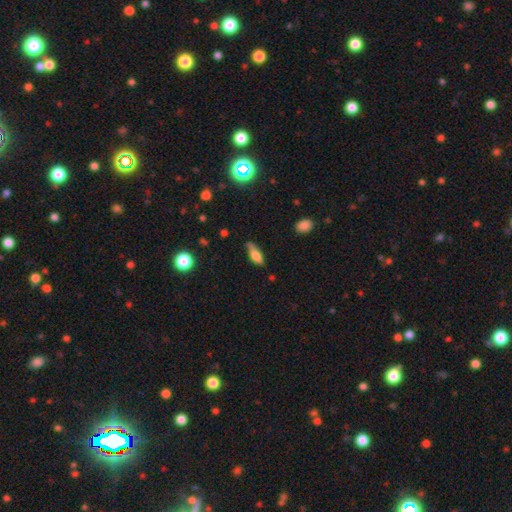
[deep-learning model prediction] Smooth or featured? smooth (70%)
How rounded? in between (64%)
Merging? none (56%)